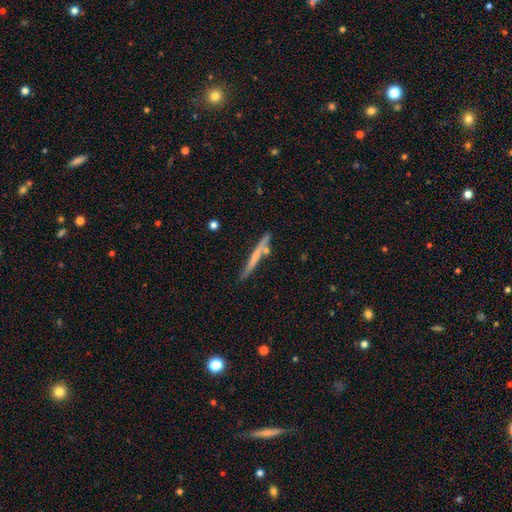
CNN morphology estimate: Smooth or featured? featured or disk (47%, tied with smooth)
Merging? none (77%)